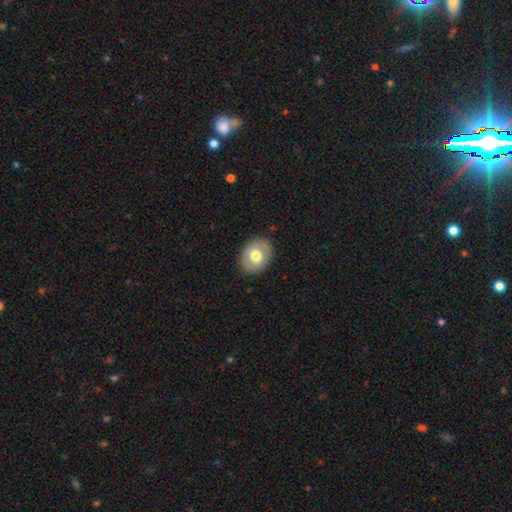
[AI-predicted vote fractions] The model was most divided on "how rounded": in between: 54%, round: 45%, cigar-shaped: 1%. More confident: merging — none (86%); smooth or featured — smooth (63%).